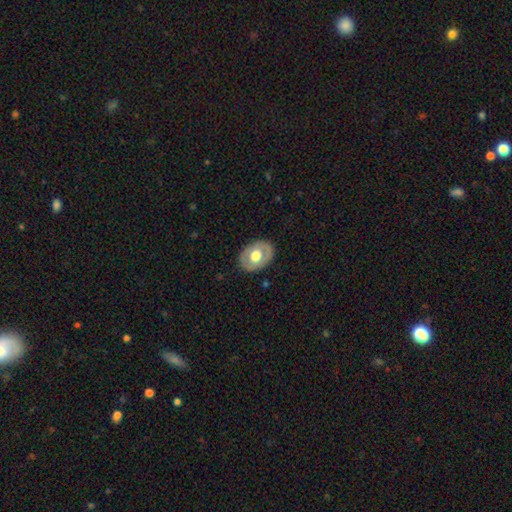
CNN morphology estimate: The model was most divided on "smooth or featured": smooth: 51%, featured or disk: 43%, star or artifact: 6%. More confident: merging — none (83%); how rounded — in between (71%).